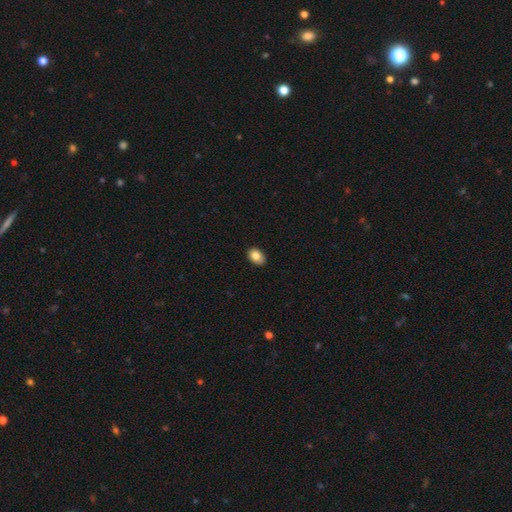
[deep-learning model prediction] A smooth galaxy with no disk features (85%) that is in between round and cigar-shaped (84%).

Vote fractions:
- Smooth or featured? smooth: 85% / star or artifact: 8% / featured or disk: 7%
- How rounded? in between: 84% / round: 15% / cigar-shaped: 1%
- Merging? none: 88% / minor disturbance: 10% / major disturbance: 2% / merger: 1%